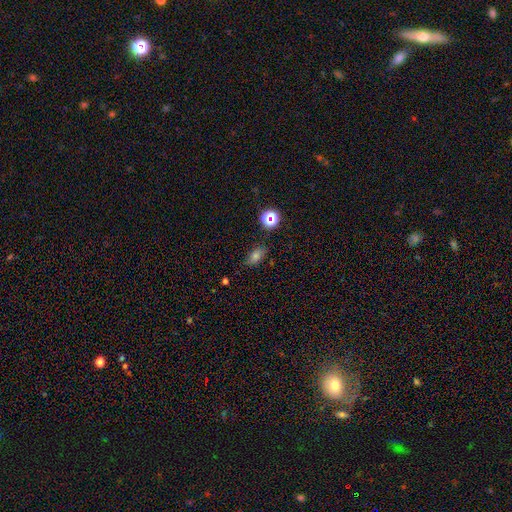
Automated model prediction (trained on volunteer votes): Morphology: type=smooth (66%); roundness=in between (79%); merging=none (80%).